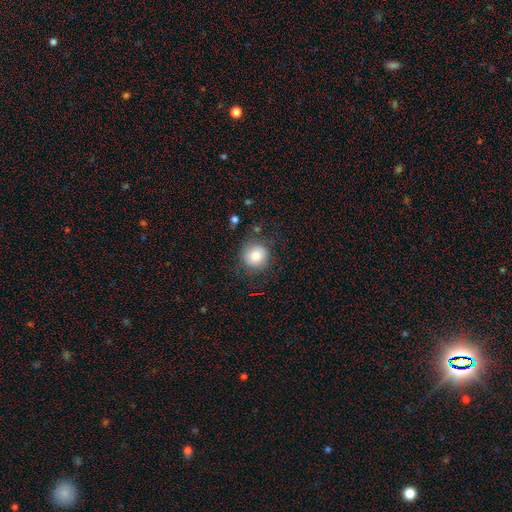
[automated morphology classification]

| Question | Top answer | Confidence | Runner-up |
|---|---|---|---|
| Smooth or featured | smooth | 79% | featured or disk (11%) |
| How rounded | round | 90% | in between (10%) |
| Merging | none | 76% | minor disturbance (16%) |